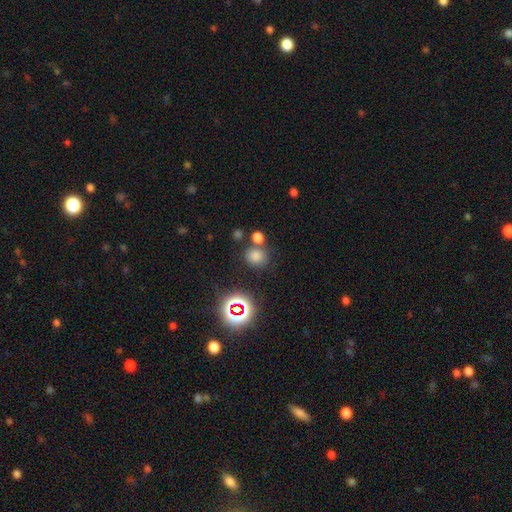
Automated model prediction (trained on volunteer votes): This appears to be a smooth galaxy with no disk features (73%) that is round (76%). Merging: none (69%).